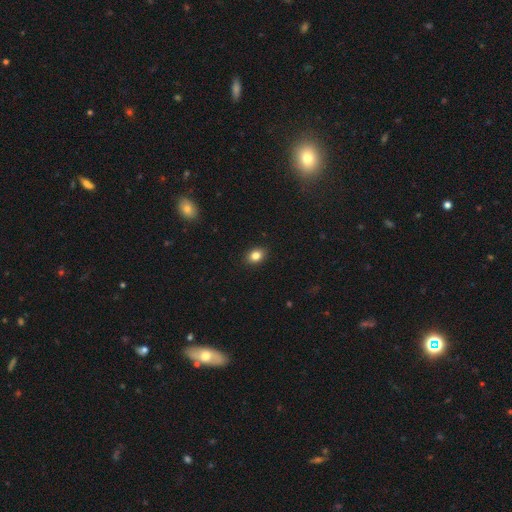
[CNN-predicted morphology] This appears to be a smooth galaxy with no disk features (83%) that is in between round and cigar-shaped (66%). Merging: none (89%).